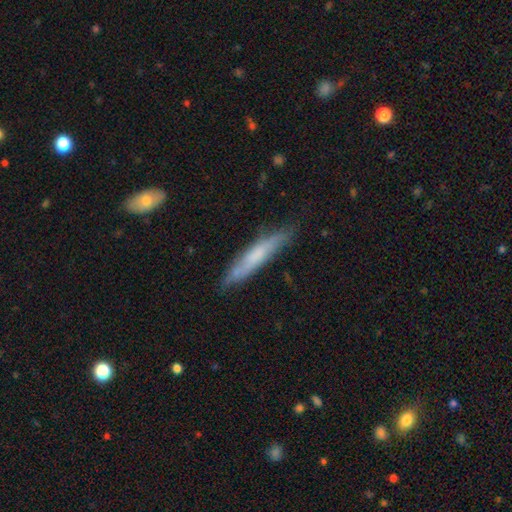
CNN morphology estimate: A smooth galaxy with no disk features (56%) that is cigar-shaped (91%).

Vote fractions:
- Smooth or featured? smooth: 56% / featured or disk: 38% / star or artifact: 6%
- How rounded? cigar-shaped: 91% / in between: 8% / round: 1%
- Merging? none: 78% / minor disturbance: 17% / major disturbance: 3% / merger: 2%